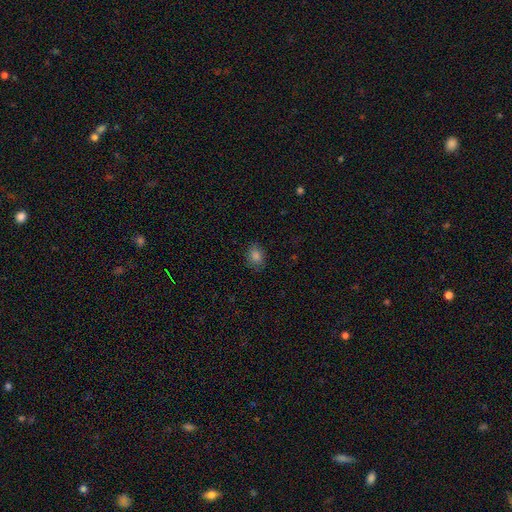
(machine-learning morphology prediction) A smooth galaxy with no disk features (82%) that is in between round and cigar-shaped (55%).

Vote fractions:
- Smooth or featured? smooth: 82% / star or artifact: 13% / featured or disk: 5%
- How rounded? in between: 55% / round: 44% / cigar-shaped: 1%
- Merging? none: 85% / minor disturbance: 12% / major disturbance: 3% / merger: 1%